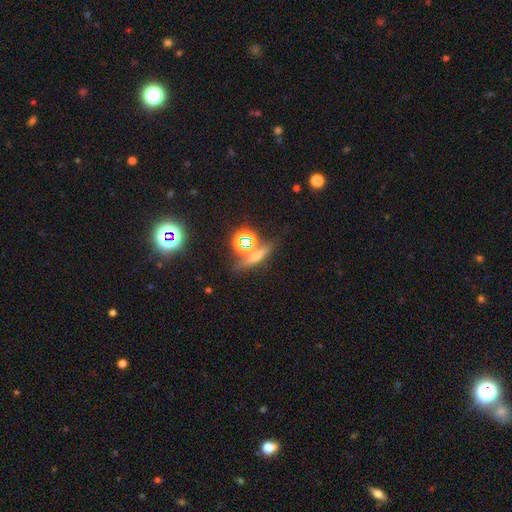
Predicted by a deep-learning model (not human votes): smooth_or_featured: featured or disk (p=0.37) [alt: star or artifact p=0.32]
merging: none (p=0.74) [alt: merger p=0.12]